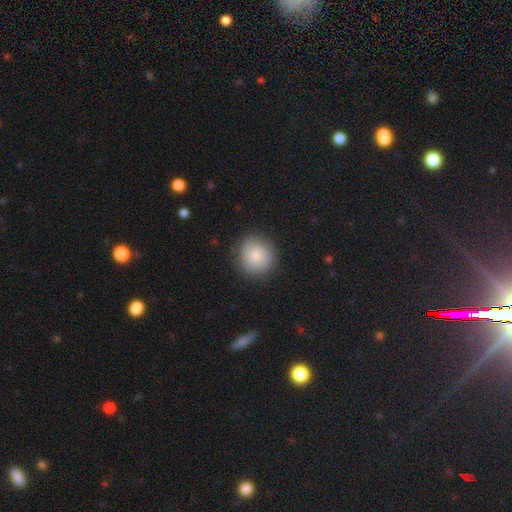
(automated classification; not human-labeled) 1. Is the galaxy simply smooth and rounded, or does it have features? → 75% smooth, 18% featured or disk, 7% star or artifact.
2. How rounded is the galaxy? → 89% round, 10% in between, 1% cigar-shaped.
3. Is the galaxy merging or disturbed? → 83% none, 12% minor disturbance, 4% major disturbance, 1% merger.